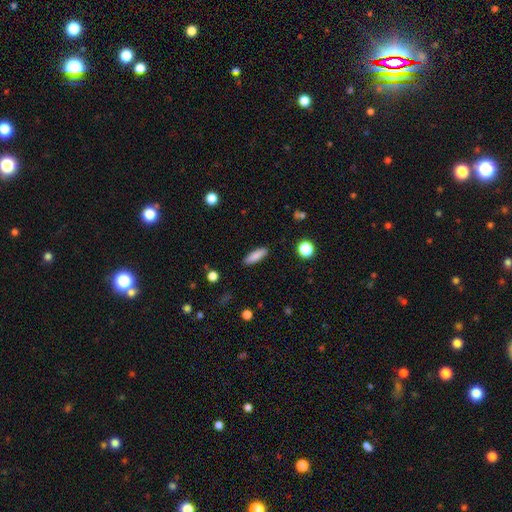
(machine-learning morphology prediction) This is clearly a smooth galaxy (86%). How rounded: possibly cigar-shaped (51%). Merging: clearly none (90%).